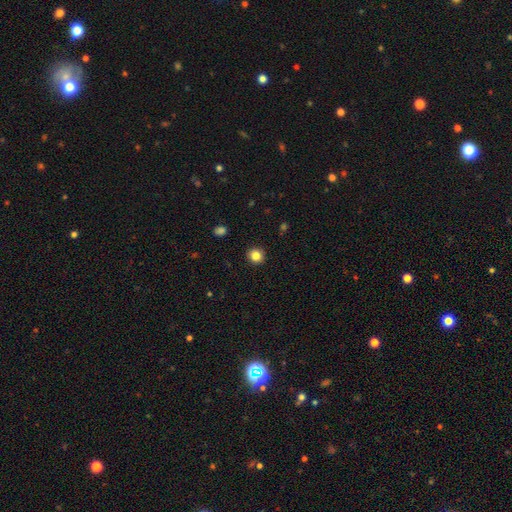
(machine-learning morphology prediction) The model was most divided on "smooth or featured": smooth: 84%, star or artifact: 11%, featured or disk: 5%. More confident: merging — none (92%); how rounded — round (89%).